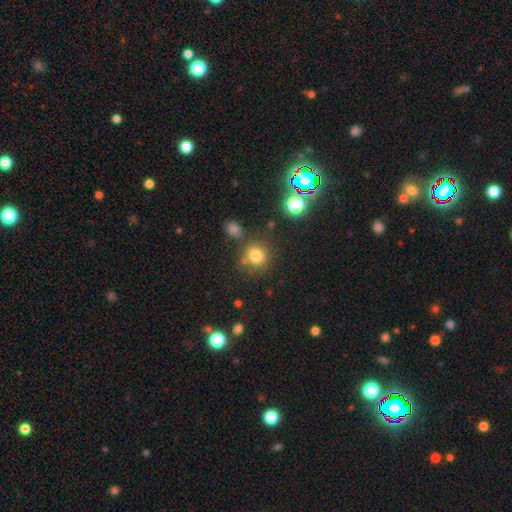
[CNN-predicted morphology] Smooth or featured?
  - smooth: 76% *
  - star or artifact: 17%
  - featured or disk: 7%
How rounded?
  - round: 82% *
  - in between: 17%
  - cigar-shaped: 1%
Merging?
  - none: 73% *
  - minor disturbance: 11%
  - merger: 11%
  - major disturbance: 5%